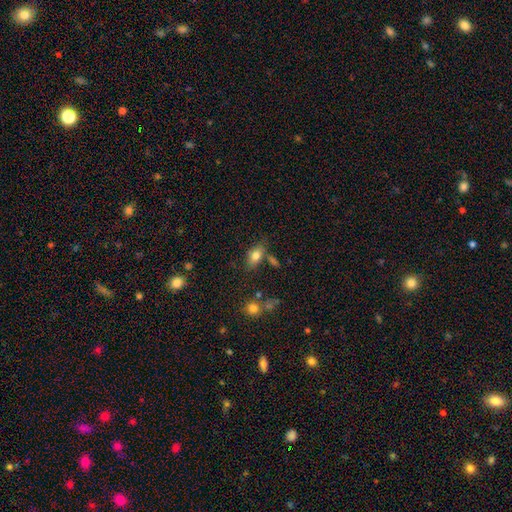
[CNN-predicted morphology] Smooth or featured?
  - smooth: 77% *
  - featured or disk: 14%
  - star or artifact: 9%
How rounded?
  - in between: 84% *
  - round: 12%
  - cigar-shaped: 4%
Merging?
  - none: 65% *
  - minor disturbance: 19%
  - merger: 11%
  - major disturbance: 6%